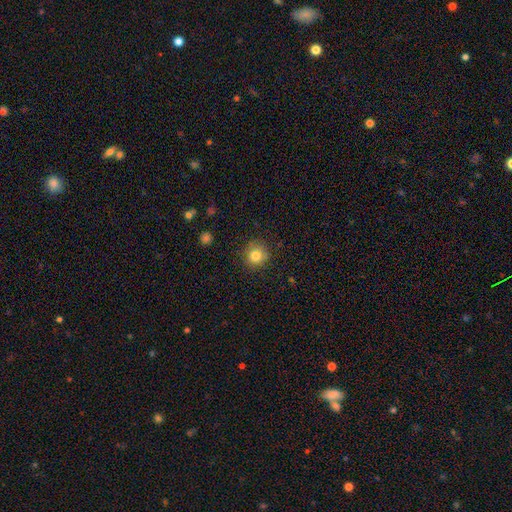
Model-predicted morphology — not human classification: A smooth galaxy with no disk features (83%) that is round (90%). Merging: none (85%).